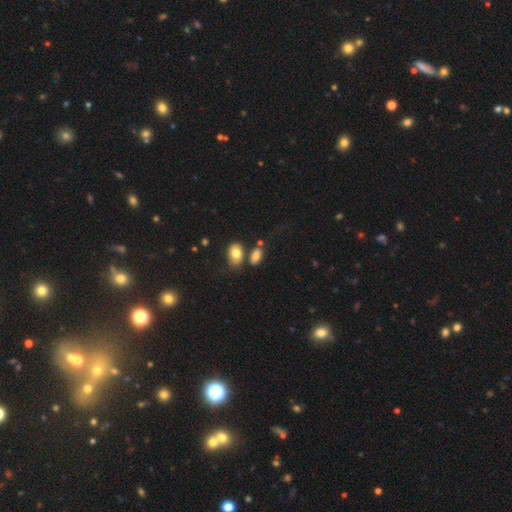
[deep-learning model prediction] The model was most divided on "merging": none: 58%, merger: 20%, minor disturbance: 16%, major disturbance: 6%. More confident: how rounded — in between (88%); smooth or featured — smooth (82%).